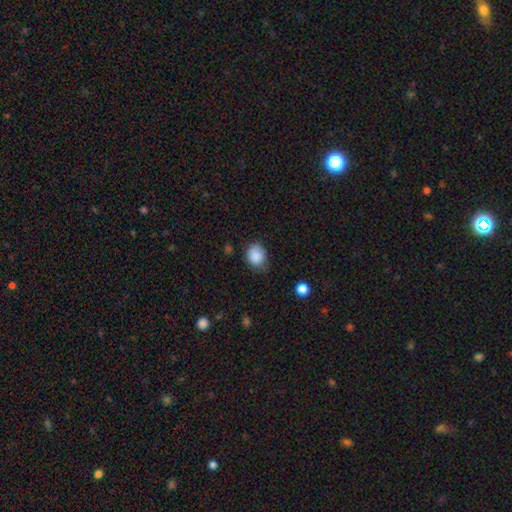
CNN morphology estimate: smooth_or_featured: smooth (p=0.87) [alt: star or artifact p=0.08]
how_rounded: round (p=0.52) [alt: in between p=0.47]
merging: none (p=0.61) [alt: minor disturbance p=0.31]